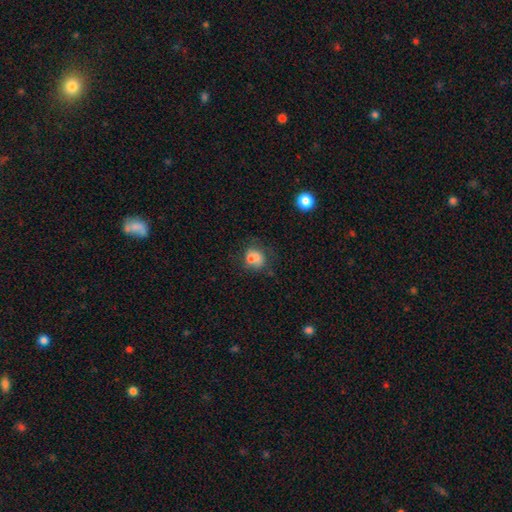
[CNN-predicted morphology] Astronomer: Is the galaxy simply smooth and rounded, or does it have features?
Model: smooth — 67%.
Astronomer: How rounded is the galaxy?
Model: round — 65%.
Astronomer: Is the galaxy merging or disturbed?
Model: none — 40% (runner-up: merger, 34%).